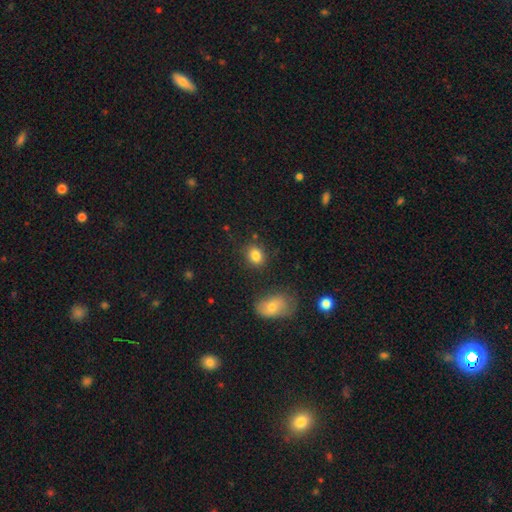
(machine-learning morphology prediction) Overall: smooth (84%). How rounded: in between (54%; round 44%). Merging: none (81%).